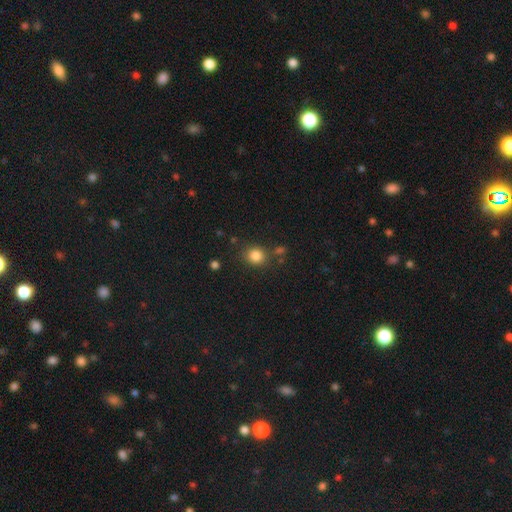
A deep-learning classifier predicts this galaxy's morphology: Smooth or featured?
  - smooth: 84% *
  - star or artifact: 11%
  - featured or disk: 5%
How rounded?
  - round: 79% *
  - in between: 20%
  - cigar-shaped: 1%
Merging?
  - none: 79% *
  - minor disturbance: 11%
  - merger: 6%
  - major disturbance: 4%